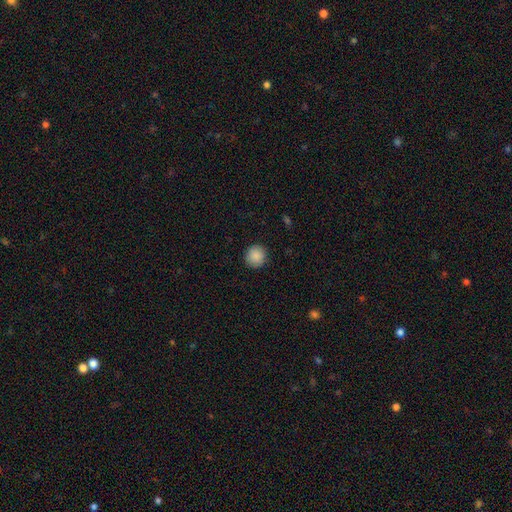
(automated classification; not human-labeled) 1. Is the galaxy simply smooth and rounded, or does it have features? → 88% smooth, 8% star or artifact, 3% featured or disk.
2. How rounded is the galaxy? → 93% round, 6% in between, 1% cigar-shaped.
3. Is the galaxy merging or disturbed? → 91% none, 6% minor disturbance, 2% major disturbance, 1% merger.